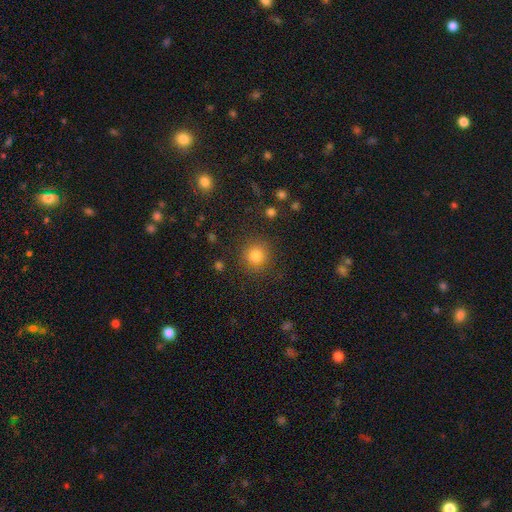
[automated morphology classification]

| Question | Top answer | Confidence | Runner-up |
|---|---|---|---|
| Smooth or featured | smooth | 82% | star or artifact (12%) |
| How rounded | round | 93% | in between (6%) |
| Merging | none | 86% | minor disturbance (8%) |